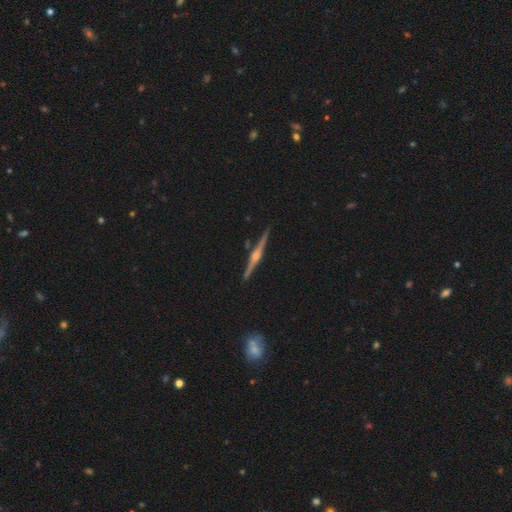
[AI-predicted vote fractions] Smooth or featured? Predicted: featured or disk (p=0.87). Edge-on disk? Predicted: yes (p=0.99). Edge-on bulge? Predicted: rounded (p=0.88). Merging? Predicted: none (p=0.91).